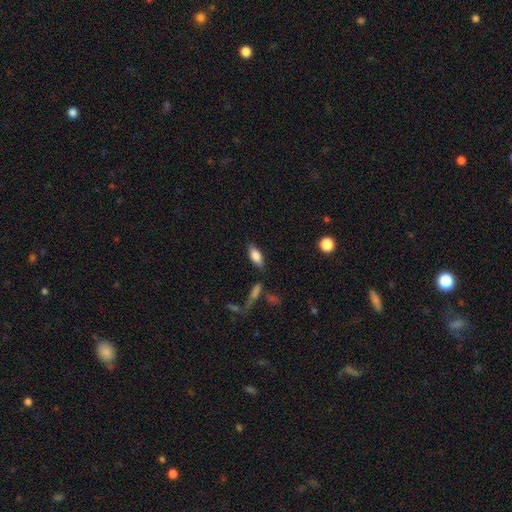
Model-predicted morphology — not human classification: A smooth galaxy with no disk features (78%) that is in between round and cigar-shaped (77%).

Vote fractions:
- Smooth or featured? smooth: 78% / featured or disk: 15% / star or artifact: 7%
- How rounded? in between: 77% / cigar-shaped: 20% / round: 3%
- Merging? none: 79% / minor disturbance: 13% / merger: 4% / major disturbance: 4%